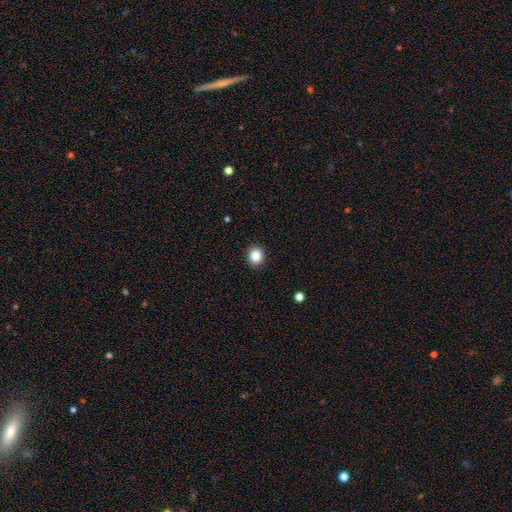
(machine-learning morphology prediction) Smooth or featured: smooth — 84% (star or artifact — 11%)
How rounded: round — 83% (in between — 16%)
Merging: none — 92% (minor disturbance — 6%)